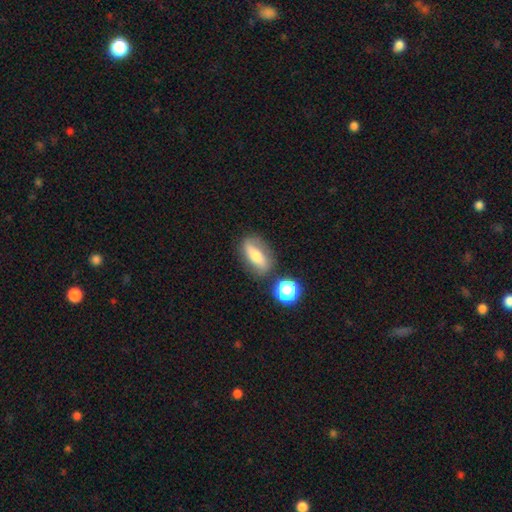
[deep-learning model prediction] This appears to be a smooth galaxy with no disk features (49%). Merging: none (73%).